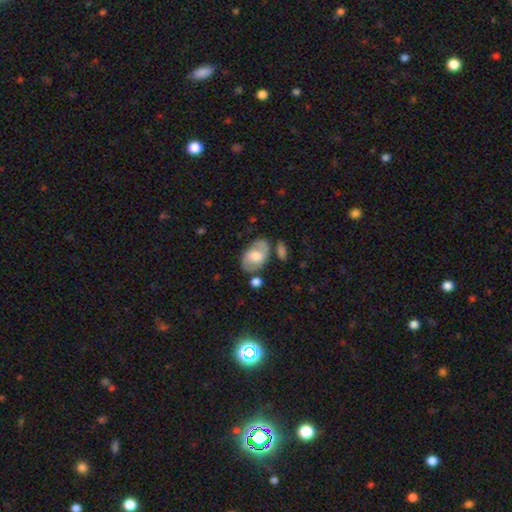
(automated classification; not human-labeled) Smooth or featured?
  - smooth: 48% *
  - featured or disk: 45%
  - star or artifact: 6%
Merging?
  - none: 64% *
  - minor disturbance: 20%
  - merger: 9%
  - major disturbance: 7%